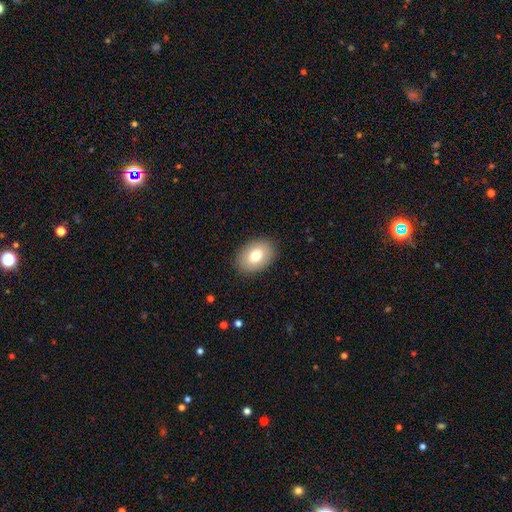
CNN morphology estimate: smooth 77%, featured or disk 15%, star or artifact 8%. Down the decision tree: how rounded — in between (81%); merging — none (88%).